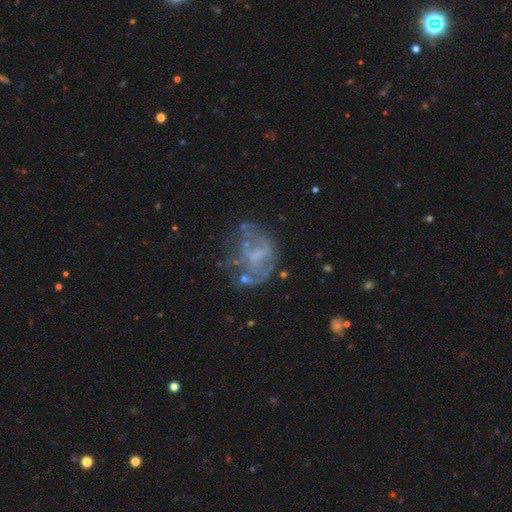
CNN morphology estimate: Smooth or featured?
  - featured or disk: 64% *
  - smooth: 22%
  - star or artifact: 14%
Edge-on disk?
  - no: 98% *
  - yes: 2%
Bar?
  - no: 65% *
  - weak: 28%
  - strong: 7%
Spiral arms?
  - no: 73% *
  - yes: 27%
Bulge size?
  - none: 48% *
  - small: 29%
  - moderate: 20%
  - large: 2%
  - dominant: 1%
Merging?
  - none: 44% *
  - major disturbance: 28%
  - minor disturbance: 20%
  - merger: 8%